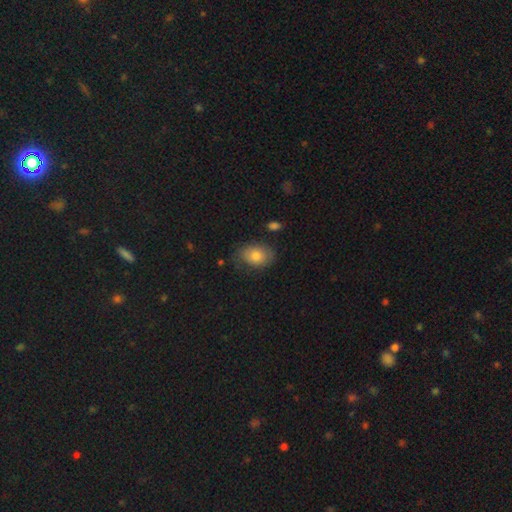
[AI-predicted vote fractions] Overall: smooth (79%). How rounded: in between (77%). Merging: none (69%).